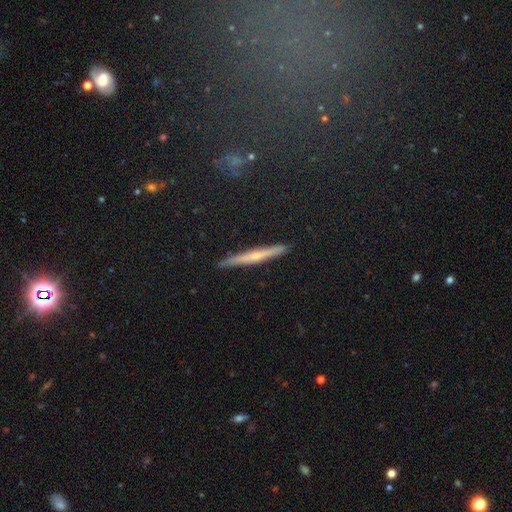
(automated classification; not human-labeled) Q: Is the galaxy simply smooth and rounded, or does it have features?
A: featured or disk — 57%.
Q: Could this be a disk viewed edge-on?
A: yes — 96%.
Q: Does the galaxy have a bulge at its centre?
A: rounded — 57%.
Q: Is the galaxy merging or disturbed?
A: none — 90%.